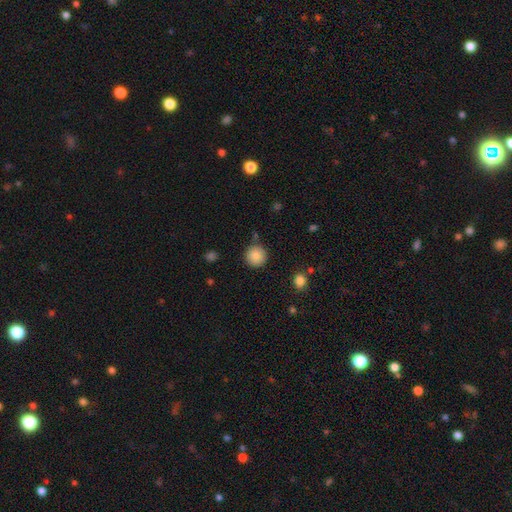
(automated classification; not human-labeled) smooth-or-featured: smooth: 87% | star or artifact: 9% | featured or disk: 4%
  how-rounded: round: 94% | in between: 5% | cigar-shaped: 1%
  merging: none: 85% | minor disturbance: 9% | merger: 3% | major disturbance: 3%